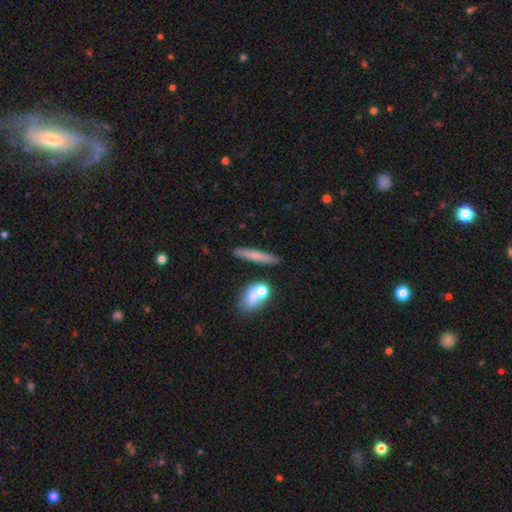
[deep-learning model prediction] smooth 68%, featured or disk 25%, star or artifact 7%. Down the decision tree: how rounded — cigar-shaped (85%); merging — none (82%).